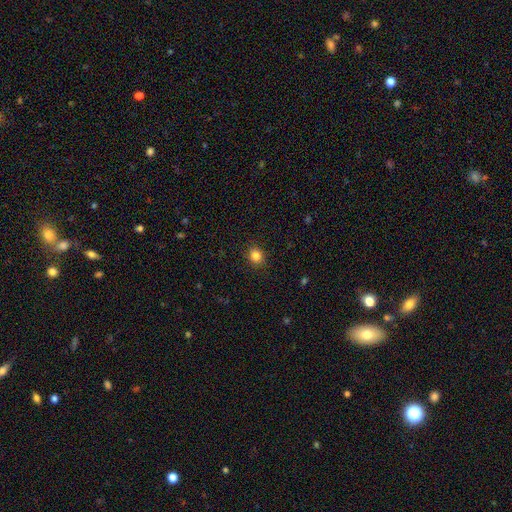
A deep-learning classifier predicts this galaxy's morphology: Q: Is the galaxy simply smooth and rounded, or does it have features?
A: smooth — 85%.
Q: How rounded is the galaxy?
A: round — 73%.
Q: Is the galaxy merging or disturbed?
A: none — 90%.